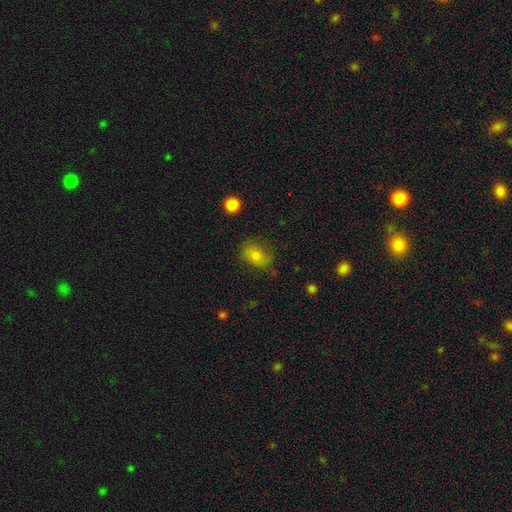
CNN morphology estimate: A smooth galaxy with no disk features (77%) that is in between round and cigar-shaped (71%). Merging: none (66%).